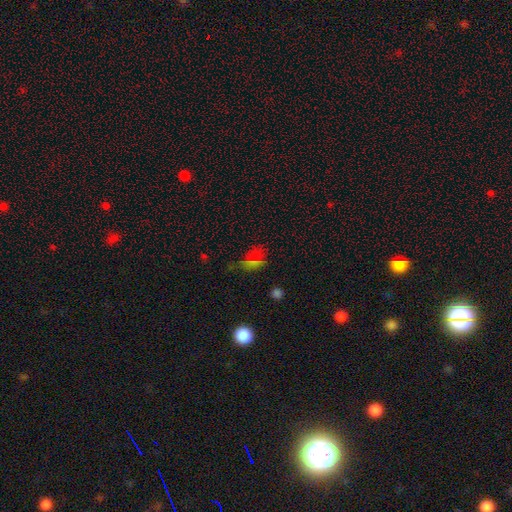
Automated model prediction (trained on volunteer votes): The model was most divided on "smooth or featured": smooth: 48%, star or artifact: 42%, featured or disk: 10%. More confident: merging — none (66%).